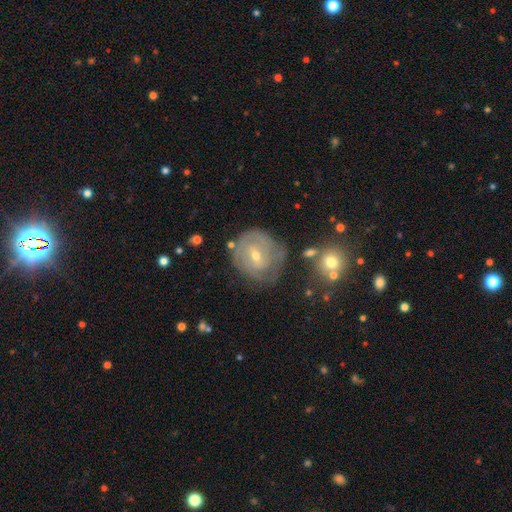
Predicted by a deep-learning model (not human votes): Morphology: type=featured or disk (71%); edge-on=no (96%); bar=weak (54%); spiral arms=yes (80%); winding=tight (70%); arm count=can't tell (50%); bulge=small (55%); merging=none (64%).